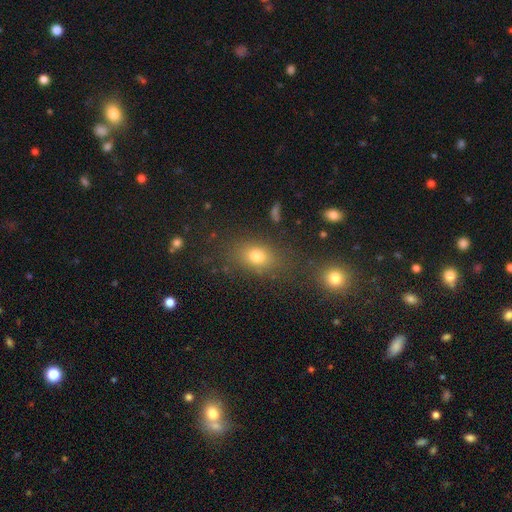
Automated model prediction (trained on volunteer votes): Smooth or featured: smooth — 69% (star or artifact — 21%)
How rounded: in between — 66% (round — 31%)
Merging: none — 74% (minor disturbance — 12%)